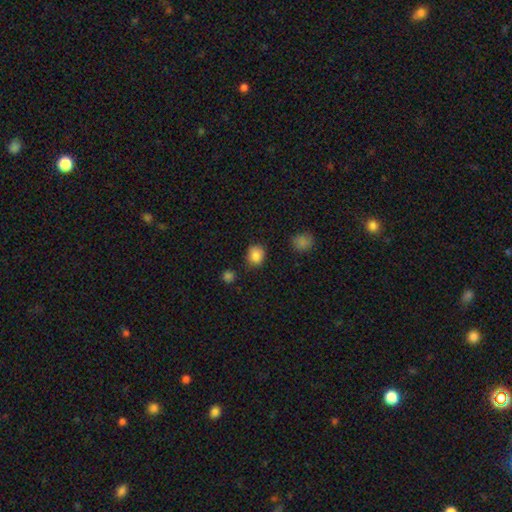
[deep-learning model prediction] smooth_or_featured: smooth (p=0.85) [alt: star or artifact p=0.10]
how_rounded: round (p=0.73) [alt: in between p=0.26]
merging: none (p=0.80) [alt: minor disturbance p=0.14]